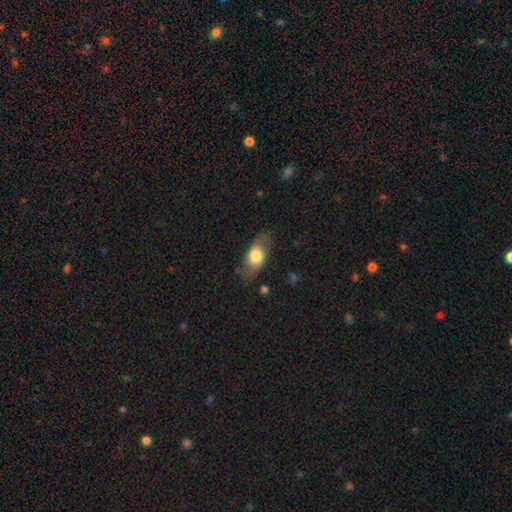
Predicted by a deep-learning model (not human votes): This is likely a smooth galaxy (60%). How rounded: likely in between (79%). Merging: likely none (69%).